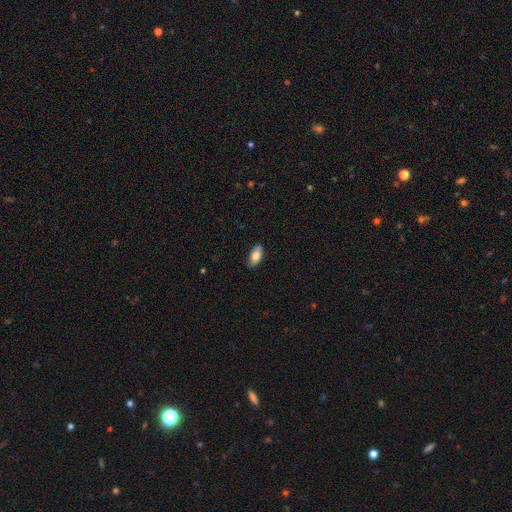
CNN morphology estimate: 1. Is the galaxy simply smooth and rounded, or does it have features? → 77% smooth, 16% featured or disk, 6% star or artifact.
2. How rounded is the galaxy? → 90% in between, 7% cigar-shaped, 3% round.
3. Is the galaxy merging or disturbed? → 85% none, 12% minor disturbance, 2% major disturbance, 1% merger.